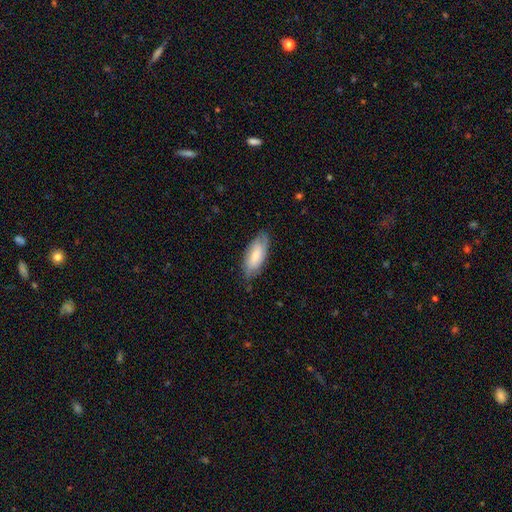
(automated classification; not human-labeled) smooth 66%, featured or disk 28%, star or artifact 6%. Down the decision tree: how rounded — in between (81%); merging — none (75%).